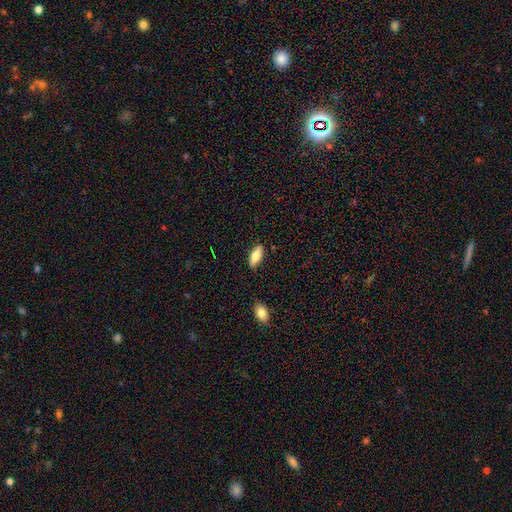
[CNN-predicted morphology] smooth_or_featured: smooth (p=0.70) [alt: featured or disk p=0.24]
how_rounded: in between (p=0.71) [alt: cigar-shaped p=0.26]
merging: none (p=0.87) [alt: minor disturbance p=0.09]